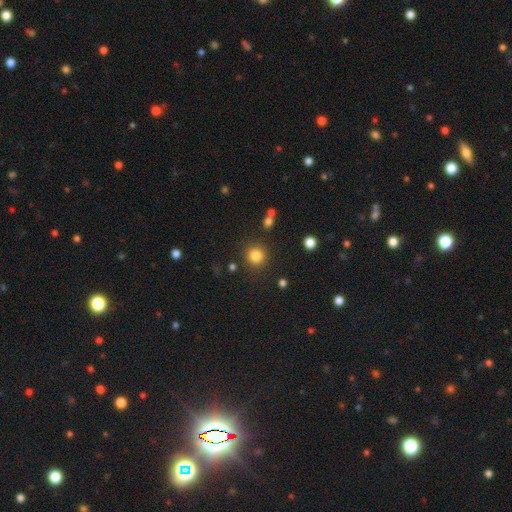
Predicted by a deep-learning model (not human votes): Q: Smooth or featured?
A: smooth (82%); runner-up: star or artifact (13%)
Q: How rounded?
A: round (93%); runner-up: in between (6%)
Q: Merging?
A: none (88%); runner-up: minor disturbance (7%)